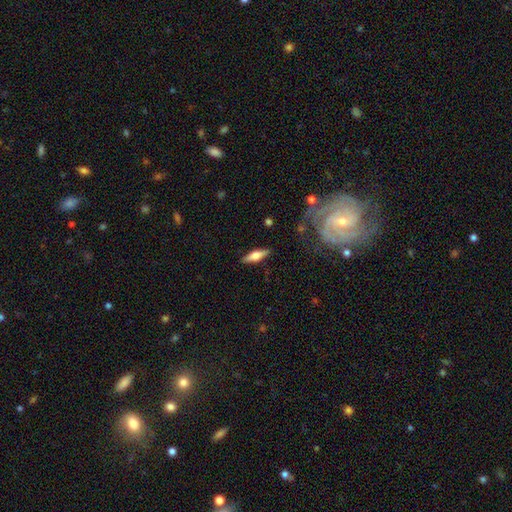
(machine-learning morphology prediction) Overall: featured or disk (52%; smooth 42%). Edge-on disk: yes (92%). Merging: none (87%).